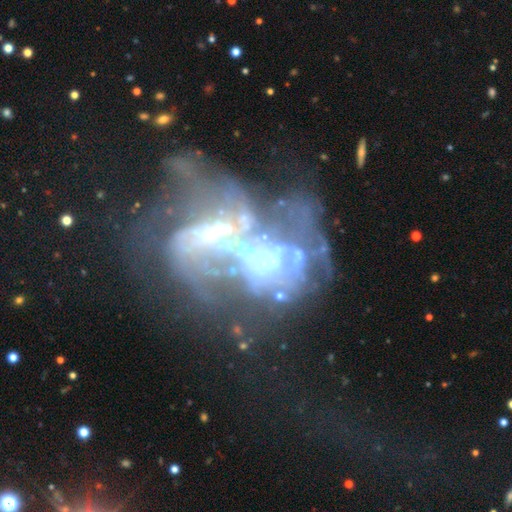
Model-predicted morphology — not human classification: smooth-or-featured: featured or disk: 74% | star or artifact: 17% | smooth: 10%
  disk-edge-on: no: 97% | yes: 3%
    bar: no: 66% | weak: 21% | strong: 13%
    has-spiral-arms: no: 57% | yes: 43%
    bulge-size: moderate: 34% | none: 31% | small: 25% | large: 7% | dominant: 3%
  merging: merger: 53% | major disturbance: 29% | none: 11% | minor disturbance: 6%